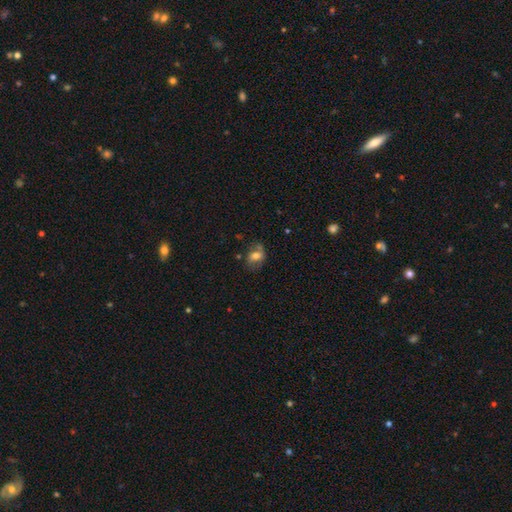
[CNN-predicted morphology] type=smooth (60%); roundness=in between (72%); merging=none (56%).